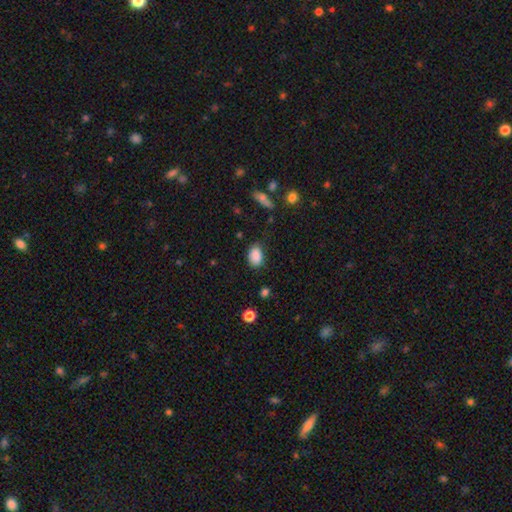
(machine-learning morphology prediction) Smooth or featured: smooth — 88% (star or artifact — 8%)
How rounded: in between — 84% (round — 14%)
Merging: none — 76% (minor disturbance — 18%)